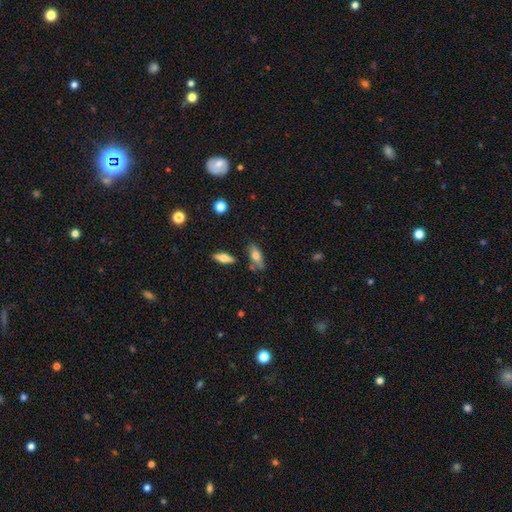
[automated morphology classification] smooth 71%, featured or disk 21%, star or artifact 8%. Down the decision tree: how rounded — in between (78%); merging — none (64%).